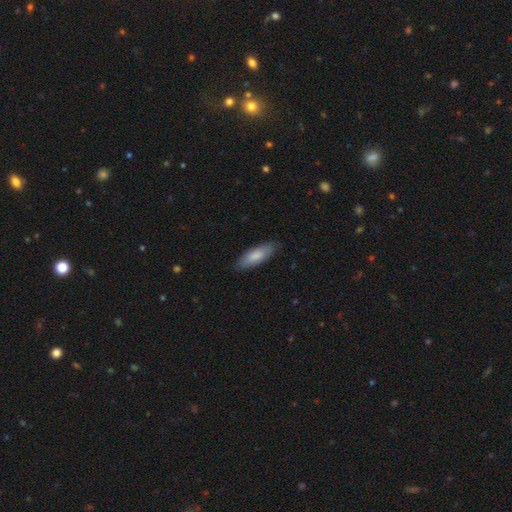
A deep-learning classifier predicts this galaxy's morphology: A smooth galaxy with no disk features (82%) that is in between round and cigar-shaped (62%).

Vote fractions:
- Smooth or featured? smooth: 82% / featured or disk: 13% / star or artifact: 5%
- How rounded? in between: 62% / cigar-shaped: 37% / round: 1%
- Merging? none: 84% / minor disturbance: 13% / major disturbance: 2% / merger: 1%